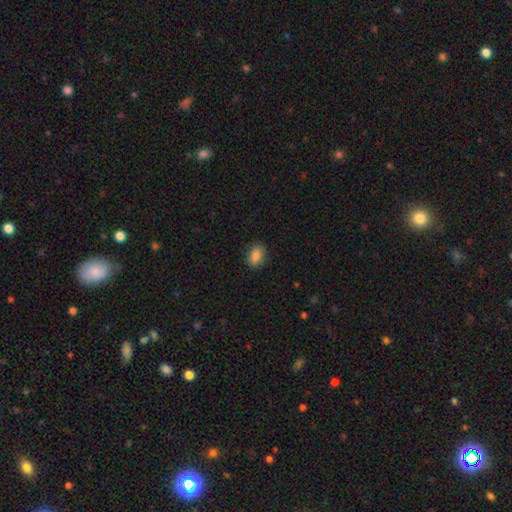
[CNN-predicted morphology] Smooth or featured? Predicted: smooth (p=0.87). How rounded? Predicted: in between (p=0.86). Merging? Predicted: none (p=0.86).